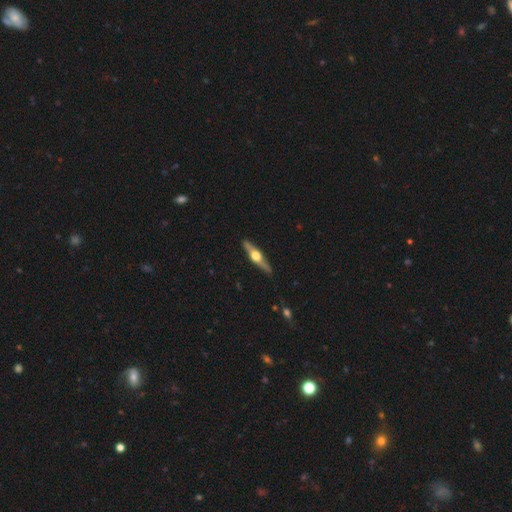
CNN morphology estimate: Smooth or featured: featured or disk — 75% (smooth — 20%)
Edge-on disk: yes — 97% (no — 3%)
Edge-on bulge: rounded — 95% (boxy — 3%)
Merging: none — 89% (minor disturbance — 8%)